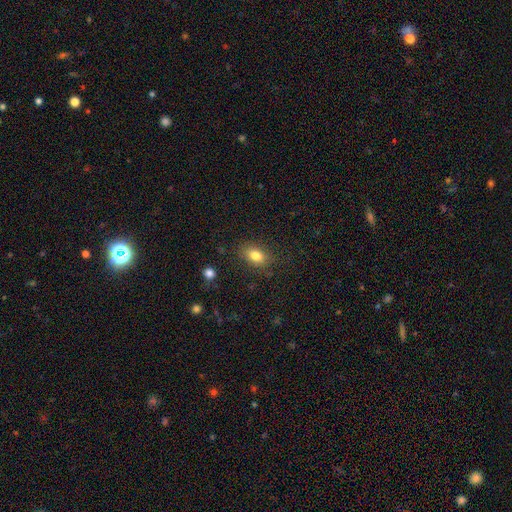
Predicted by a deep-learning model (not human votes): A smooth galaxy with no disk features (81%) that is in between round and cigar-shaped (84%). Merging: none (83%).